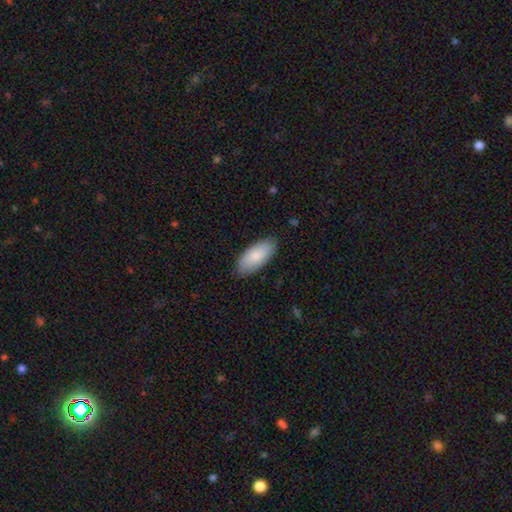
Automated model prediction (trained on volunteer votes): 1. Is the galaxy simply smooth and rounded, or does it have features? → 85% smooth, 9% featured or disk, 5% star or artifact.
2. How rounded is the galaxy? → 90% in between, 9% cigar-shaped, 2% round.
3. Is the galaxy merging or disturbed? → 87% none, 10% minor disturbance, 2% major disturbance, 1% merger.